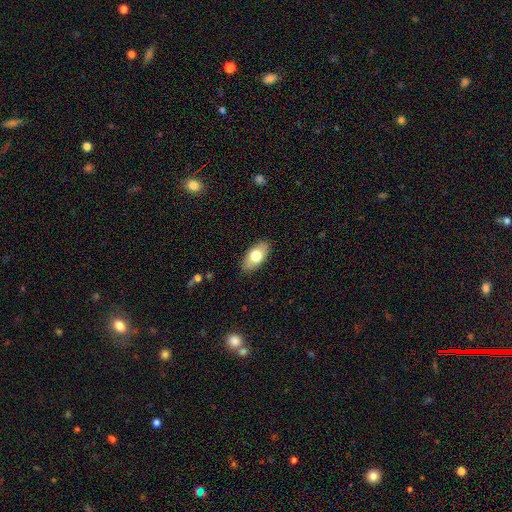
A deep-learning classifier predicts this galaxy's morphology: type=smooth (72%); roundness=in between (92%); merging=none (86%).